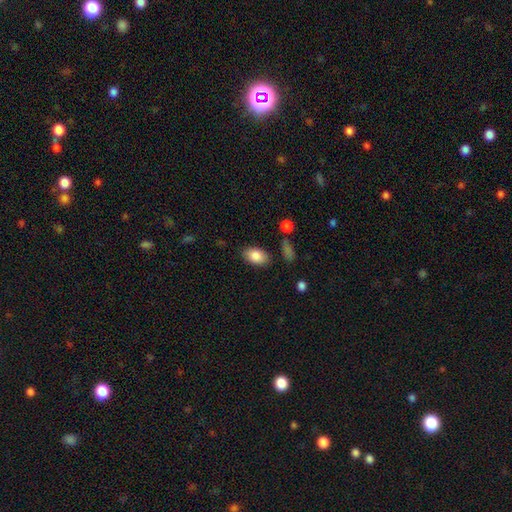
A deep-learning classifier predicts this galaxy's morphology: smooth_or_featured: smooth (p=0.85) [alt: featured or disk p=0.08]
how_rounded: in between (p=0.91) [alt: round p=0.07]
merging: none (p=0.82) [alt: minor disturbance p=0.12]